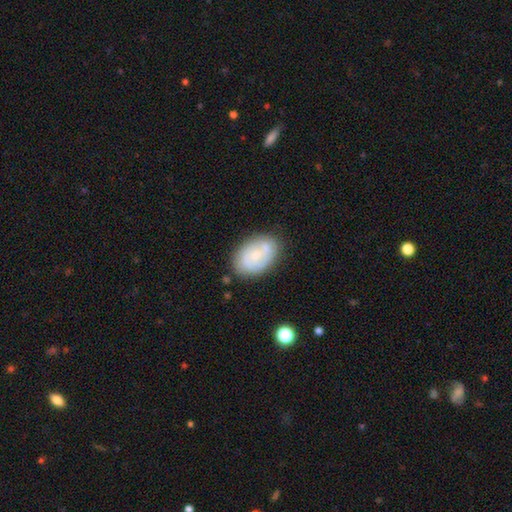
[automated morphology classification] A featured or disk galaxy (55%) with no bar (62%), spiral arms (70%) and a small central bulge (61%). Merging: none (73%).